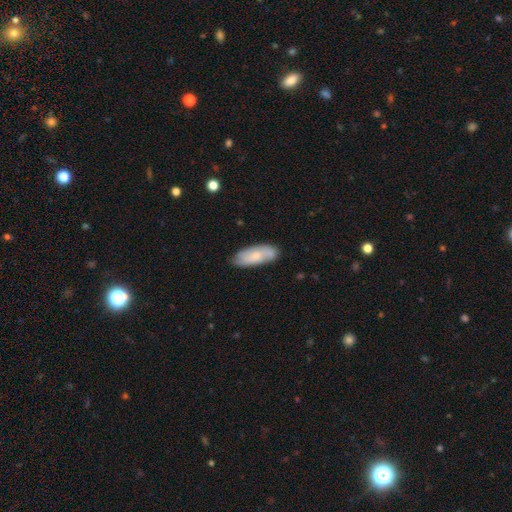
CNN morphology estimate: Smooth or featured? Predicted: smooth (p=0.63). How rounded? Predicted: in between (p=0.76). Merging? Predicted: none (p=0.71).